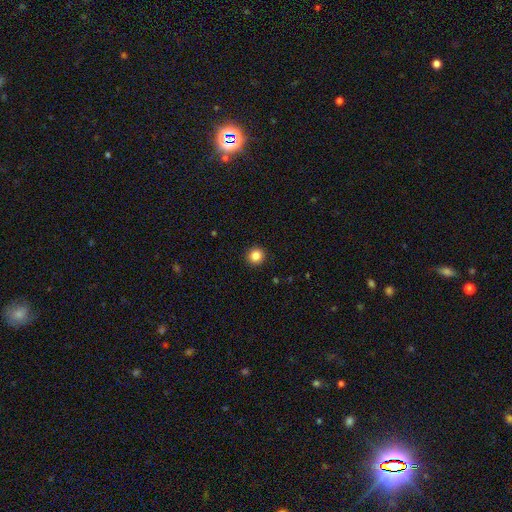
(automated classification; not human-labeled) The model was most divided on "smooth or featured": smooth: 85%, star or artifact: 10%, featured or disk: 4%. More confident: merging — none (93%); how rounded — round (93%).